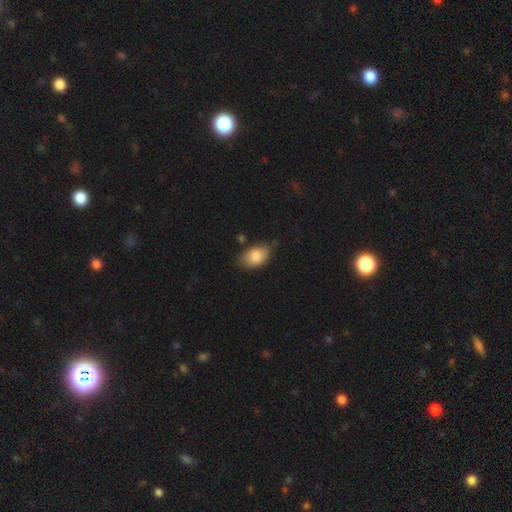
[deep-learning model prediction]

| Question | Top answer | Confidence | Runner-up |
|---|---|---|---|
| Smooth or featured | smooth | 84% | featured or disk (9%) |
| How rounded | in between | 90% | round (9%) |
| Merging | none | 69% | minor disturbance (24%) |